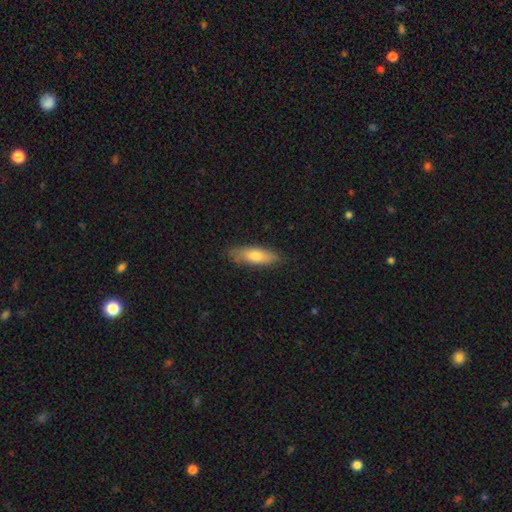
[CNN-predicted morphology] smooth 73%, featured or disk 21%, star or artifact 6%. Down the decision tree: how rounded — in between (52%); merging — none (82%).